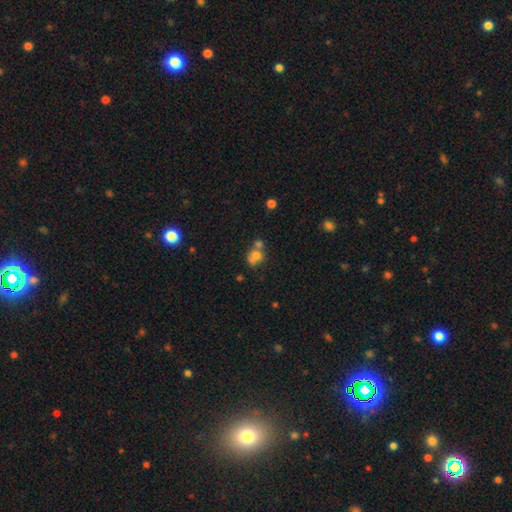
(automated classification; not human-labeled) The model was most divided on "how rounded": round: 59%, in between: 40%, cigar-shaped: 1%. More confident: smooth or featured — smooth (67%); merging — merger (52%).